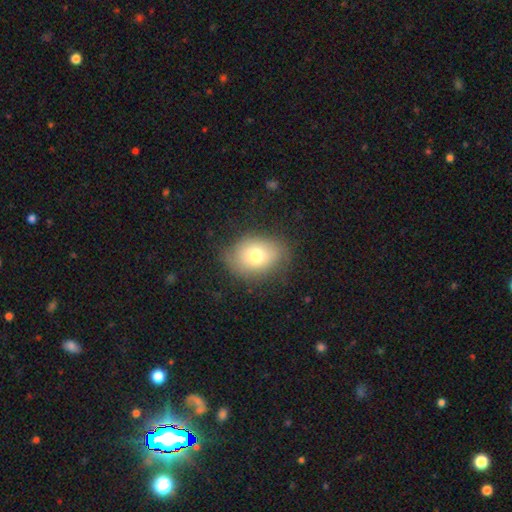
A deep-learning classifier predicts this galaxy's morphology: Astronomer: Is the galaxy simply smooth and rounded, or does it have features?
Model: smooth — 72%.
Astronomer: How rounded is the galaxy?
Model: in between — 55% (runner-up: round, 44%).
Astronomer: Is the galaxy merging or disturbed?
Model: none — 71%.